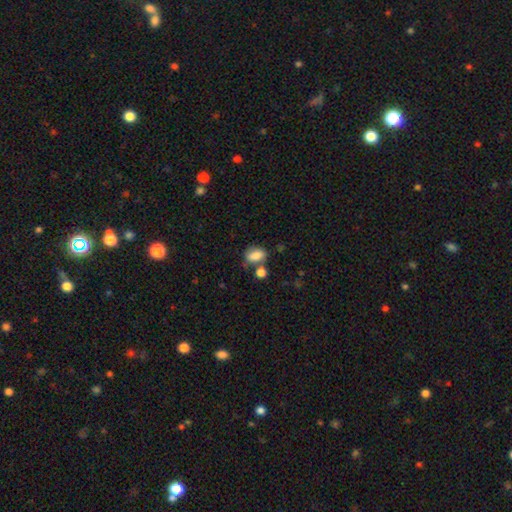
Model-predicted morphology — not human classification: Smooth or featured: smooth — 79% (featured or disk — 12%)
How rounded: in between — 81% (round — 17%)
Merging: none — 53% (merger — 22%)